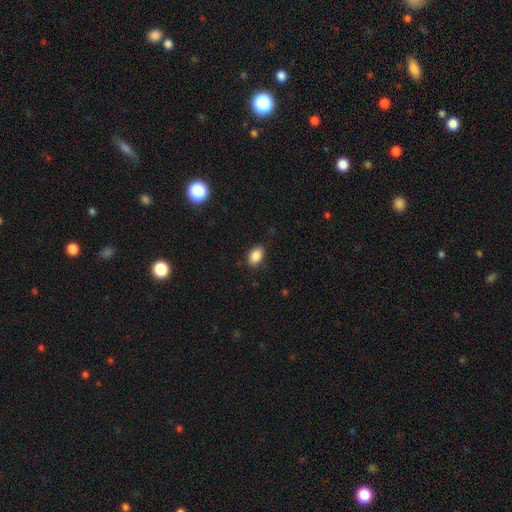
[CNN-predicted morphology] Q: Smooth or featured?
A: smooth (87%); runner-up: star or artifact (9%)
Q: How rounded?
A: in between (86%); runner-up: round (13%)
Q: Merging?
A: none (83%); runner-up: minor disturbance (13%)